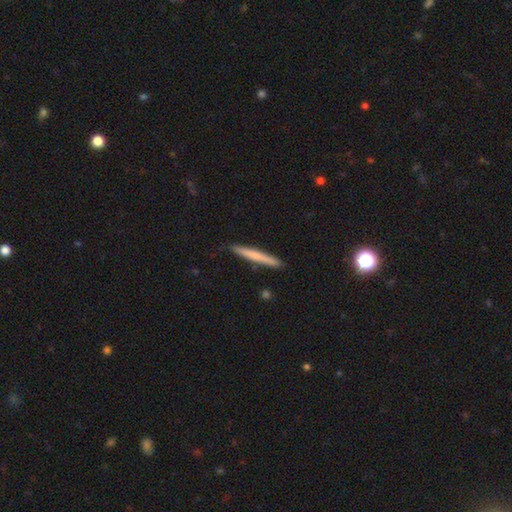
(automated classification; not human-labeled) smooth 61%, featured or disk 34%, star or artifact 6%. Down the decision tree: how rounded — cigar-shaped (96%); merging — none (89%).